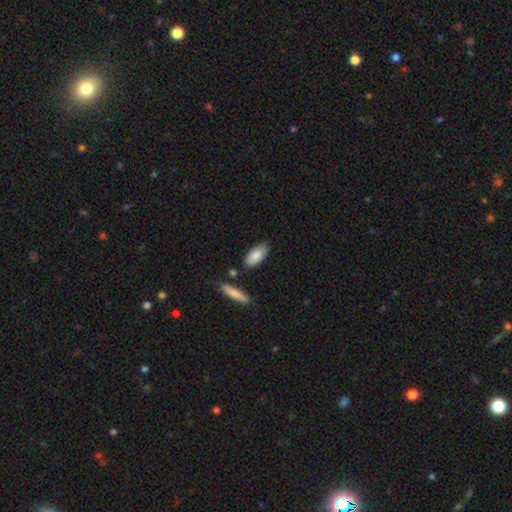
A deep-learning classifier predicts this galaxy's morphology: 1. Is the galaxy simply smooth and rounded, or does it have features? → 85% smooth, 9% featured or disk, 5% star or artifact.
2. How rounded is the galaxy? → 84% in between, 14% cigar-shaped, 2% round.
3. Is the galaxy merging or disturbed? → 79% none, 13% minor disturbance, 5% merger, 3% major disturbance.